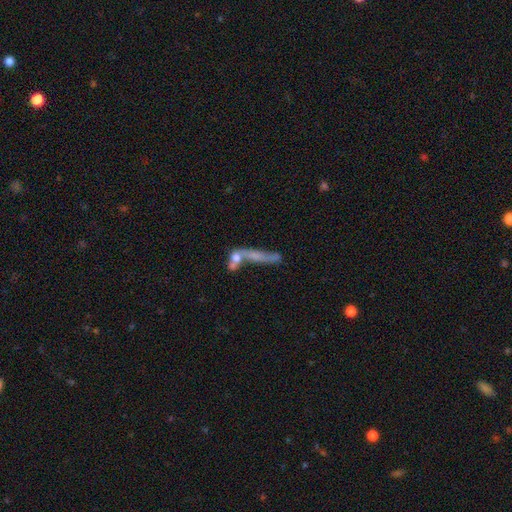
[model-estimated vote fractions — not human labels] featured or disk 44%, smooth 43%, star or artifact 12%. Down the decision tree: merging — merger (39%).